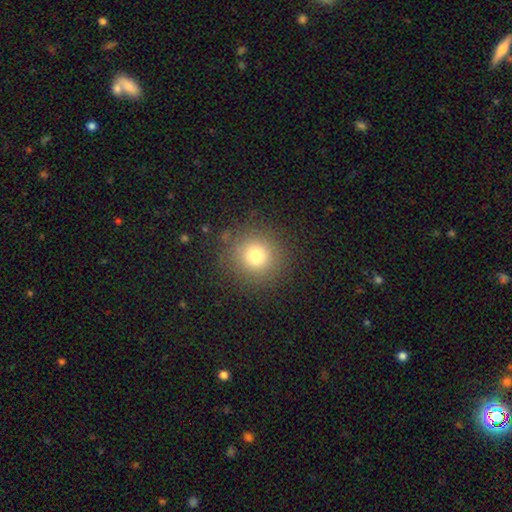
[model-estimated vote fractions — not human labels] Morphology: type=smooth (75%); roundness=round (94%); merging=none (87%).